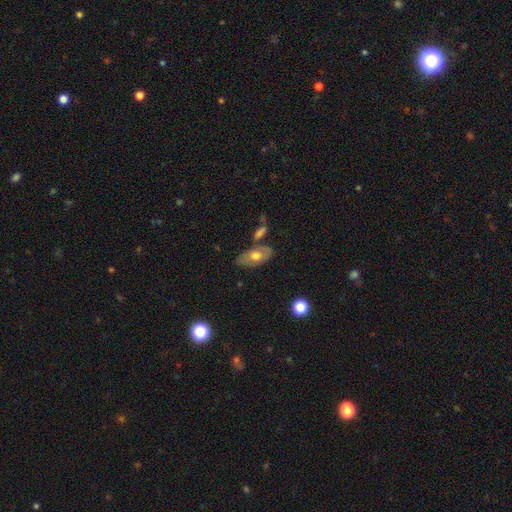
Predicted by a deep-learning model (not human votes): This is possibly a smooth galaxy (54%). How rounded: clearly in between (89%). Merging: likely none (68%).